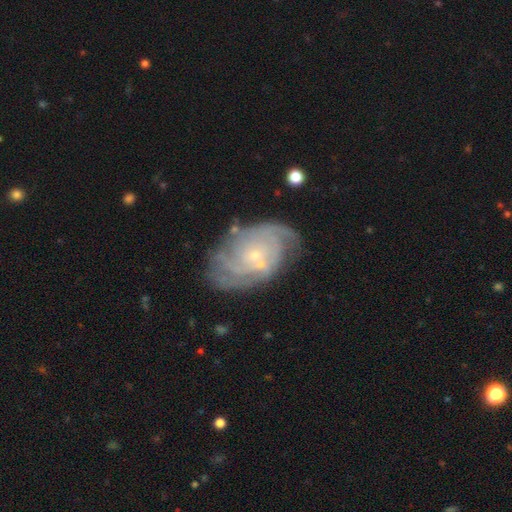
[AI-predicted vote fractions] A featured or disk galaxy (84%) with no bar (72%), tight (65%) spiral arms (94%) and a small central bulge (84%).

Vote fractions:
- Smooth or featured? featured or disk: 84% / smooth: 10% / star or artifact: 6%
- Edge-on disk? no: 97% / yes: 3%
- Bar? no: 72% / weak: 23% / strong: 5%
- Spiral arms? yes: 94% / no: 6%
- Spiral winding? tight: 65% / medium: 28% / loose: 8%
- Spiral arm count? can't tell: 35% / 2: 20% / 3: 18% / 4: 15% / more than 4: 7% / 1: 6%
- Bulge size? small: 84% / moderate: 11% / none: 3% / large: 1% / dominant: 1%
- Merging? none: 66% / minor disturbance: 19% / major disturbance: 9% / merger: 6%